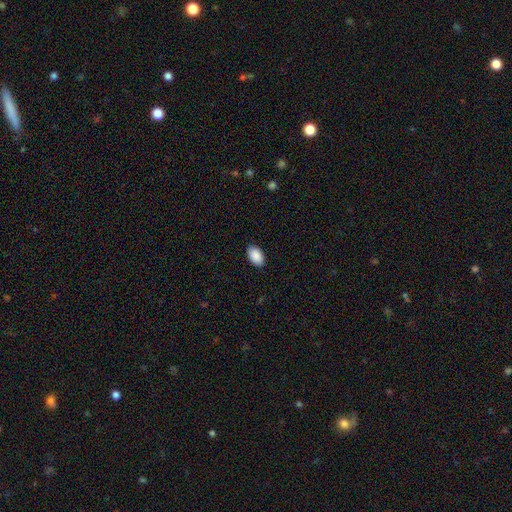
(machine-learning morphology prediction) Overall: smooth (91%). How rounded: in between (93%). Merging: none (89%).